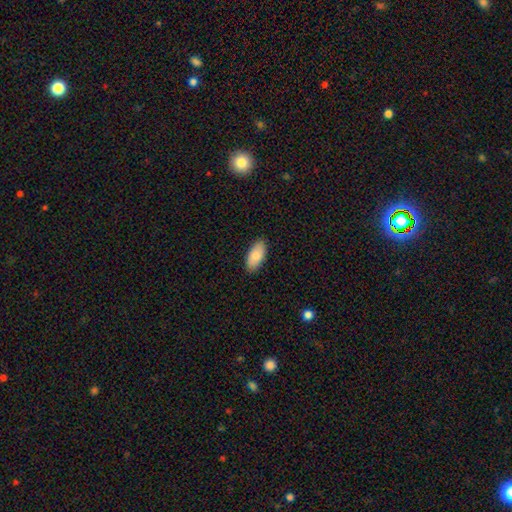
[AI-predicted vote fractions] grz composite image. It shows a smooth galaxy with no disk features (86%) that is in between round and cigar-shaped (91%). Merging: none (88%).